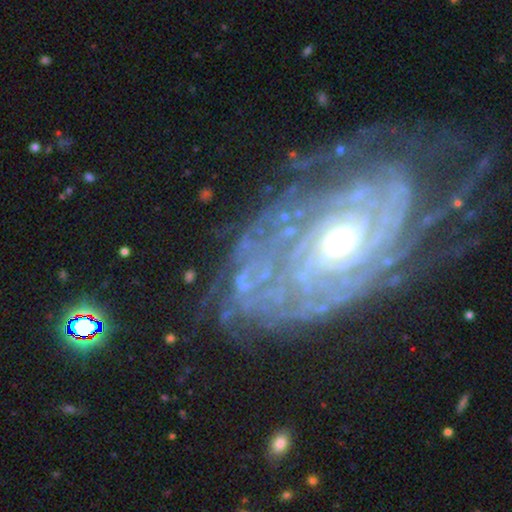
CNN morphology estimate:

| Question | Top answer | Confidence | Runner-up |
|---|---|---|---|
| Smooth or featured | featured or disk | 88% | star or artifact (6%) |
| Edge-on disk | no | 95% | yes (5%) |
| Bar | no | 60% | weak (27%) |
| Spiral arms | yes | 95% | no (5%) |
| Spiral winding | tight | 80% | medium (16%) |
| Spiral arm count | can't tell | 38% | more than 4 (23%) |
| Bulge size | moderate | 65% | small (26%) |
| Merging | none | 68% | minor disturbance (19%) |